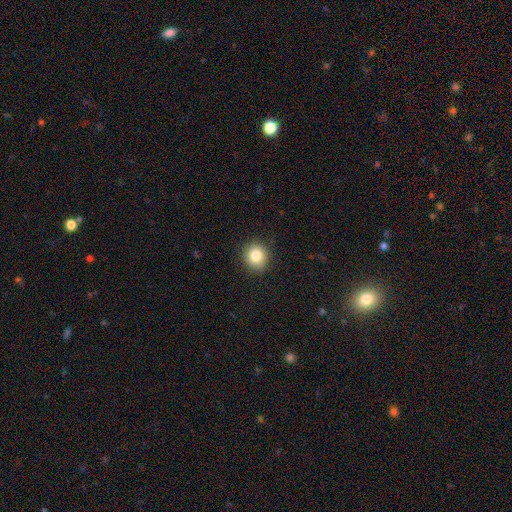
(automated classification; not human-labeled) This appears to be a smooth galaxy with no disk features (83%) that is round (84%). Merging: none (88%).